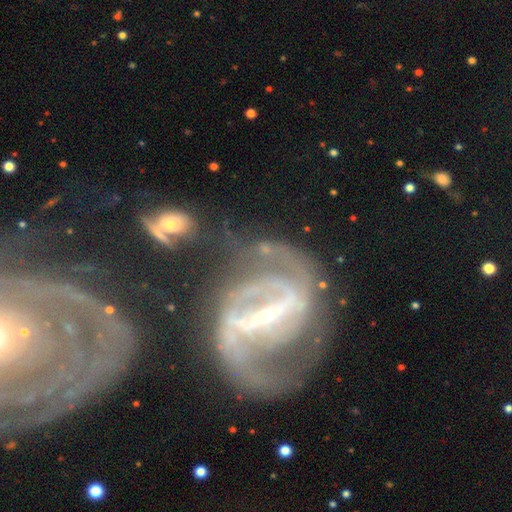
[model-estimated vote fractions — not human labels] Smooth or featured? Predicted: featured or disk (p=0.88). Edge-on disk? Predicted: no (p=0.95). Bar? Predicted: strong (p=0.77). Spiral arms? Predicted: yes (p=0.92). Spiral winding? Predicted: medium (p=0.41). Spiral arm count? Predicted: 2 (p=0.67). Bulge size? Predicted: small (p=0.72). Merging? Predicted: none (p=0.48).